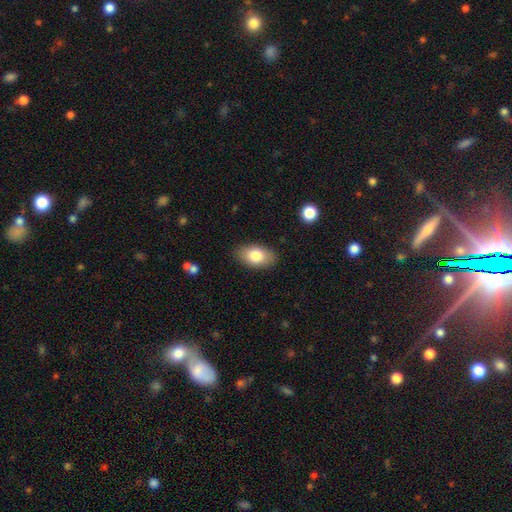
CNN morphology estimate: smooth-or-featured: smooth: 80% | featured or disk: 13% | star or artifact: 7%
  how-rounded: in between: 92% | round: 6% | cigar-shaped: 2%
  merging: none: 85% | minor disturbance: 11% | major disturbance: 3% | merger: 1%